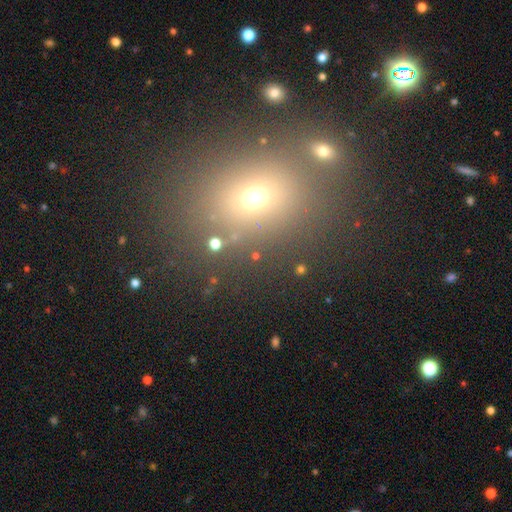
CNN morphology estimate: Smooth or featured? Predicted: smooth (p=0.58). How rounded? Predicted: round (p=0.51). Merging? Predicted: none (p=0.75).